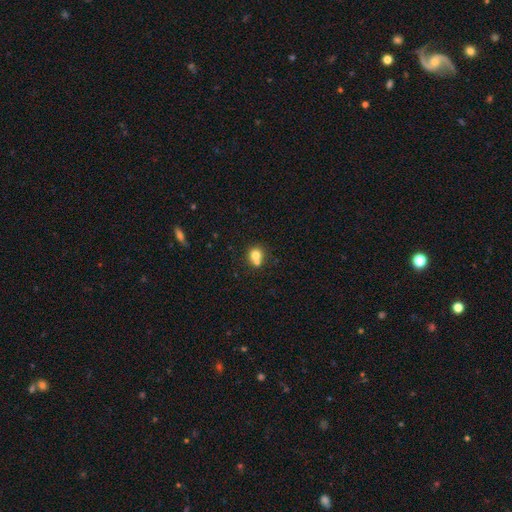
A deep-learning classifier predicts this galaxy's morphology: Smooth or featured: smooth — 75% (featured or disk — 13%)
How rounded: round — 84% (in between — 15%)
Merging: none — 47% (merger — 42%)